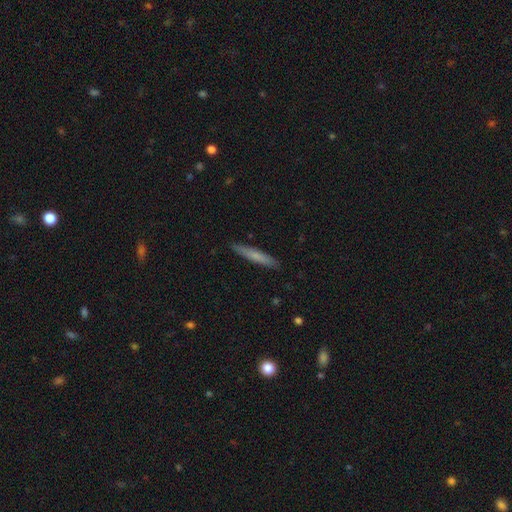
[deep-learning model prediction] Morphology: type=smooth (68%); roundness=cigar-shaped (94%); merging=none (90%).